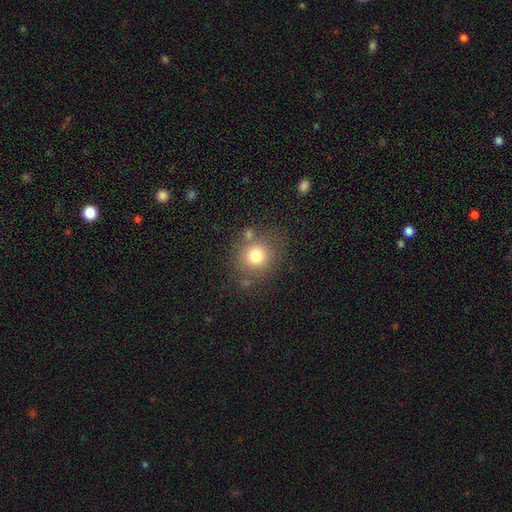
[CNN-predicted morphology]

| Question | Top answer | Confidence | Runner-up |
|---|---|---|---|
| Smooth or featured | smooth | 78% | star or artifact (12%) |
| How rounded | round | 82% | in between (17%) |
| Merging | none | 73% | minor disturbance (13%) |